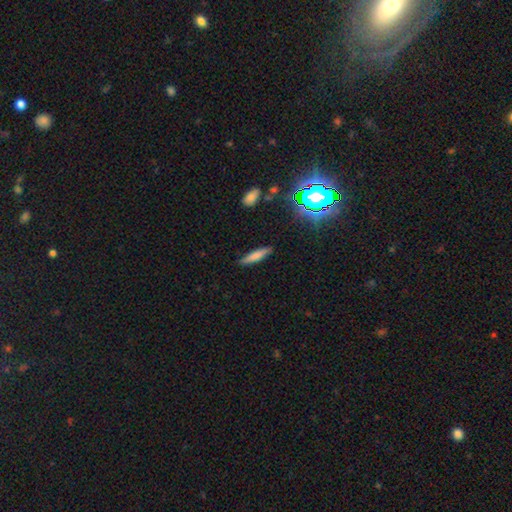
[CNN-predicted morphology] Smooth or featured?
  - smooth: 72% *
  - featured or disk: 18%
  - star or artifact: 10%
How rounded?
  - cigar-shaped: 82% *
  - in between: 16%
  - round: 2%
Merging?
  - none: 87% *
  - minor disturbance: 10%
  - major disturbance: 2%
  - merger: 2%